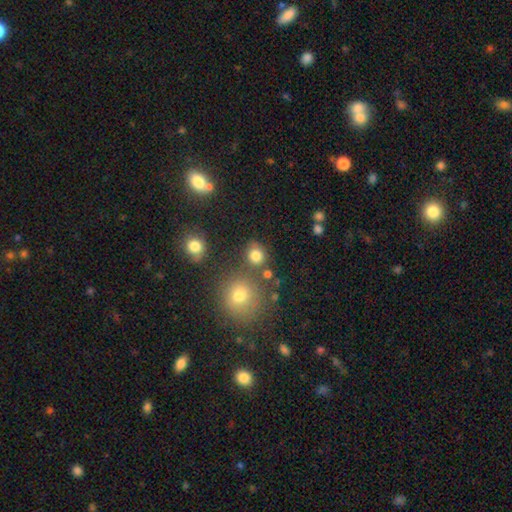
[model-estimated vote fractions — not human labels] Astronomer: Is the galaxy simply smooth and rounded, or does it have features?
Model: smooth — 79%.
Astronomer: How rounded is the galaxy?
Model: round — 77%.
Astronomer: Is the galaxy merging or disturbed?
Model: none — 72%.